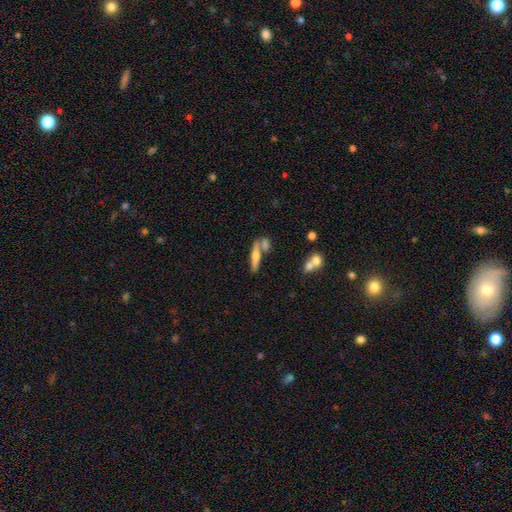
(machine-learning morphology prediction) Smooth or featured? smooth (48%)
Merging? none (59%)